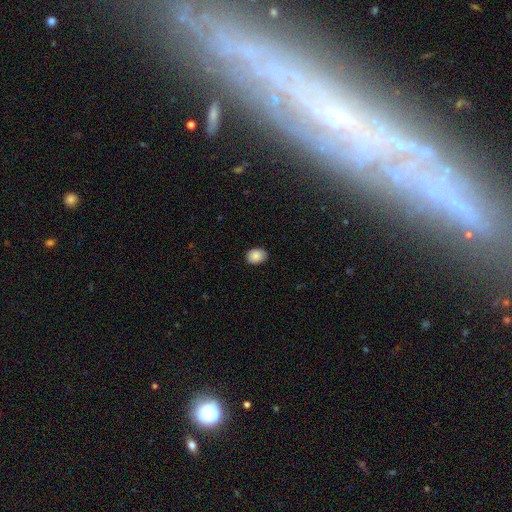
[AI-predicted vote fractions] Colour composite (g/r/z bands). It shows a smooth galaxy with no disk features (88%) that is in between round and cigar-shaped (61%). Merging: none (86%).